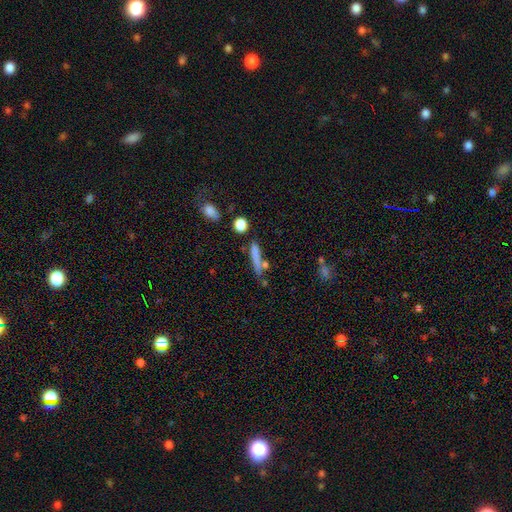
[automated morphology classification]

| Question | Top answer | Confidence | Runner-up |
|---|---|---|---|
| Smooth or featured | smooth | 73% | featured or disk (18%) |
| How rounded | cigar-shaped | 85% | in between (11%) |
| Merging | none | 62% | minor disturbance (17%) |